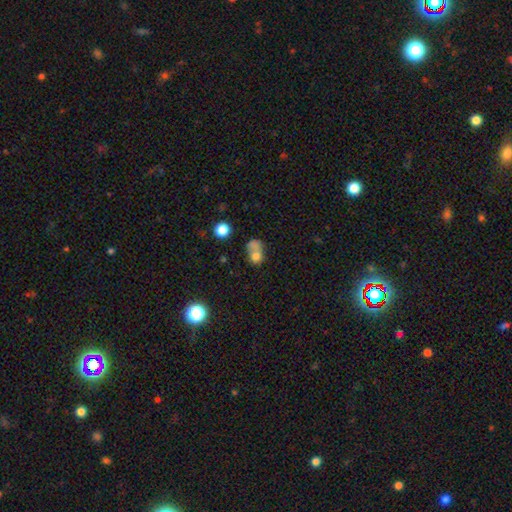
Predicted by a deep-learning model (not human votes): smooth_or_featured: smooth (p=0.68) [alt: featured or disk p=0.17]
how_rounded: round (p=0.57) [alt: in between p=0.42]
merging: merger (p=0.51) [alt: none p=0.25]